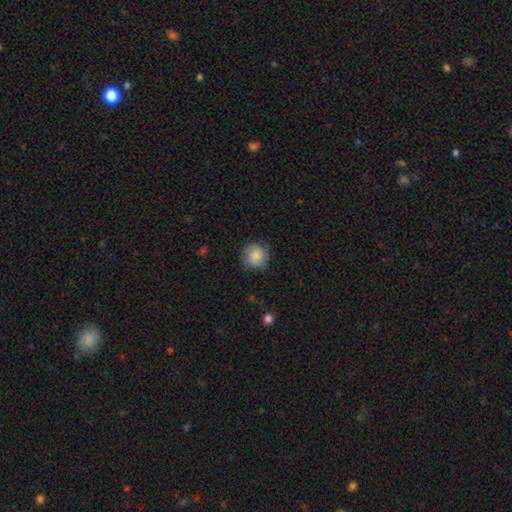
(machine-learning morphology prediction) Overall: smooth (79%). How rounded: round (88%). Merging: none (77%).